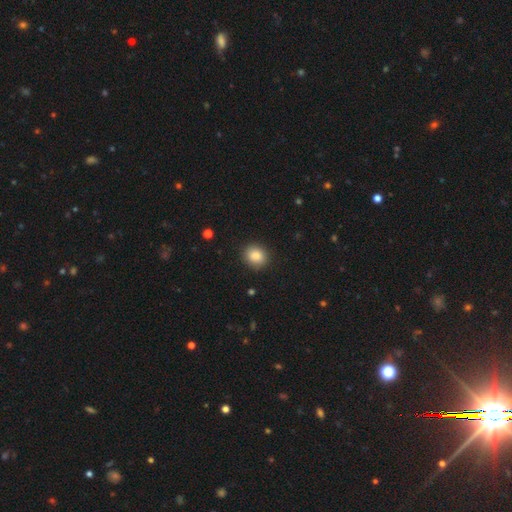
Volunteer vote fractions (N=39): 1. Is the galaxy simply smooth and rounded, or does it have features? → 92% smooth, 5% star or artifact, 3% featured or disk.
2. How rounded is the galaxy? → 81% round, 19% in between, 0% cigar-shaped.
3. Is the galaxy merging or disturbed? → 97% none, 3% minor disturbance, 0% major disturbance, 0% merger.